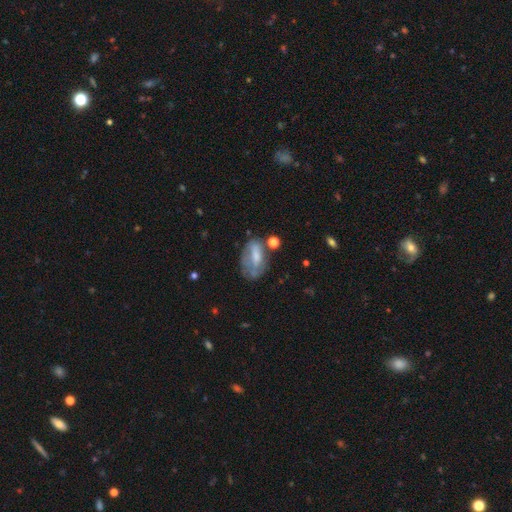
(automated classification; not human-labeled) smooth 55%, featured or disk 37%, star or artifact 9%. Down the decision tree: how rounded — in between (88%); merging — none (42%).